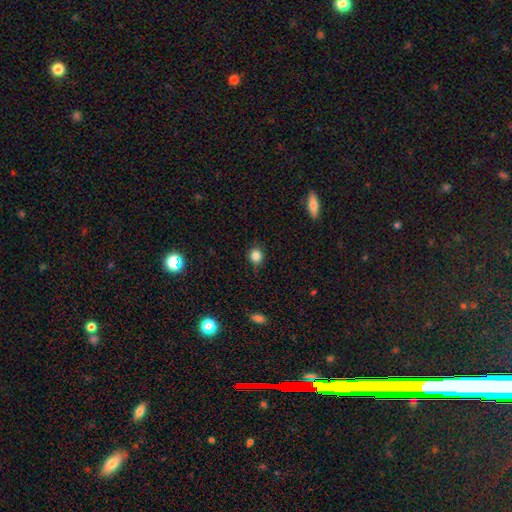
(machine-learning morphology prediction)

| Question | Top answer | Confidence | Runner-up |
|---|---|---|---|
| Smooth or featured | smooth | 83% | star or artifact (12%) |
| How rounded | round | 82% | in between (17%) |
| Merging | none | 80% | minor disturbance (16%) |